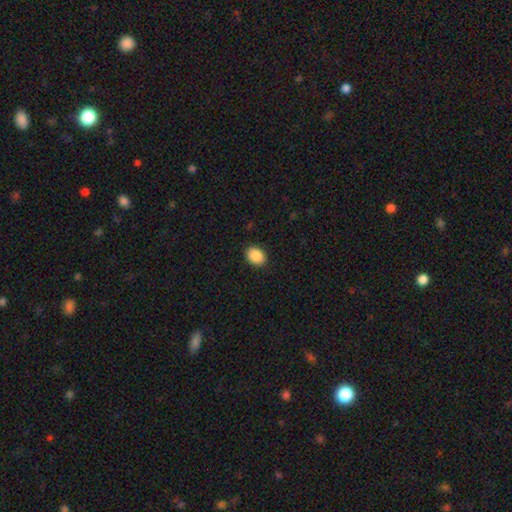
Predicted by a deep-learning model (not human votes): Smooth or featured? smooth (89%)
How rounded? in between (73%)
Merging? none (90%)